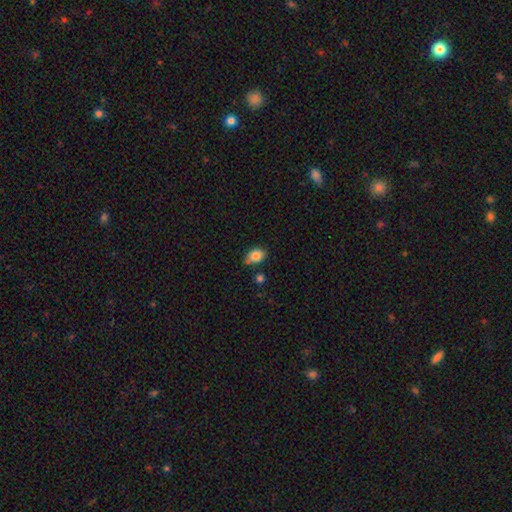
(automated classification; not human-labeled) A smooth galaxy with no disk features (84%) that is in between round and cigar-shaped (67%).

Vote fractions:
- Smooth or featured? smooth: 84% / star or artifact: 9% / featured or disk: 7%
- How rounded? in between: 67% / round: 31% / cigar-shaped: 1%
- Merging? none: 67% / minor disturbance: 22% / merger: 7% / major disturbance: 4%